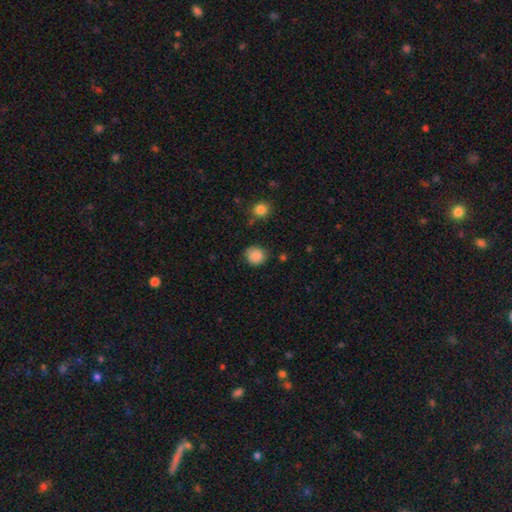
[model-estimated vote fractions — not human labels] Q: Smooth or featured?
A: smooth (86%); runner-up: star or artifact (9%)
Q: How rounded?
A: round (84%); runner-up: in between (15%)
Q: Merging?
A: none (83%); runner-up: minor disturbance (13%)